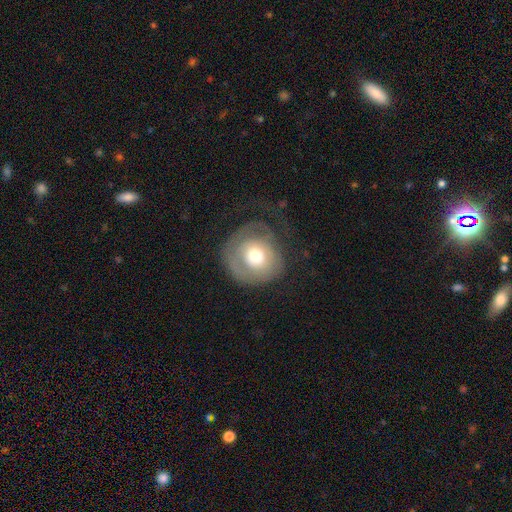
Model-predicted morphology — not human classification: Smooth or featured? smooth (47%)
Merging? none (49%)